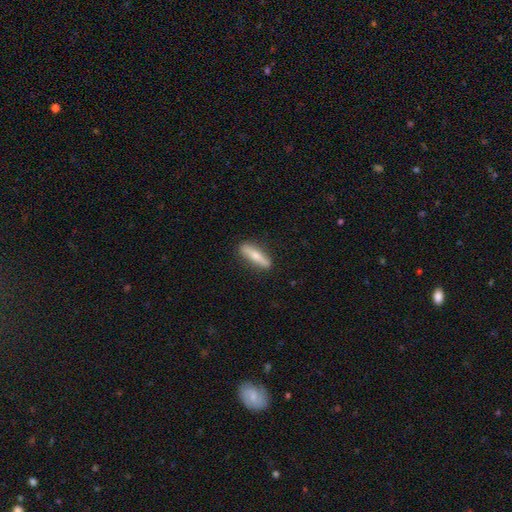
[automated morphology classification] The model was most divided on "smooth or featured": smooth: 53%, featured or disk: 41%, star or artifact: 6%. More confident: merging — none (88%); how rounded — cigar-shaped (78%).